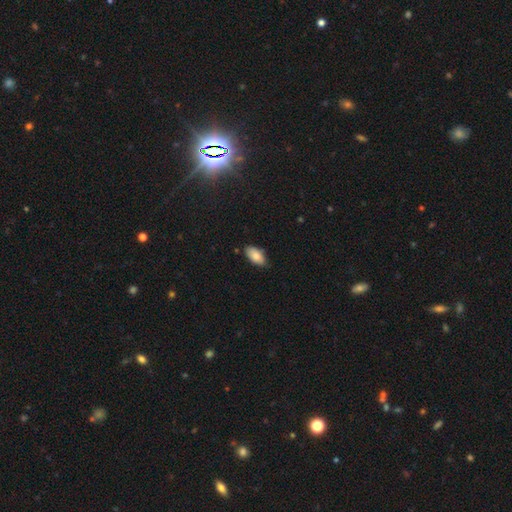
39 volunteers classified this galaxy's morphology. A smooth galaxy with no disk features (92%) that is in between round and cigar-shaped (100%). Merging: none (70%).